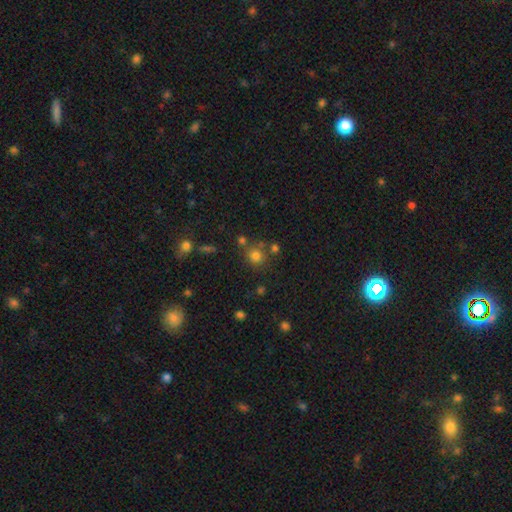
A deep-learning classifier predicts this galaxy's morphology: Overall: smooth (75%). How rounded: round (87%). Merging: none (69%).